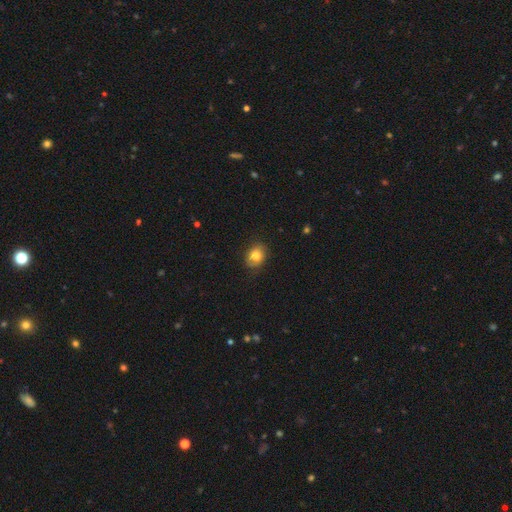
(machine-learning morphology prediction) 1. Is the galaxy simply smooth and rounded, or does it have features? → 79% smooth, 12% featured or disk, 9% star or artifact.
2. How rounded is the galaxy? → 51% in between, 48% round, 1% cigar-shaped.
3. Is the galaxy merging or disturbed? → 79% none, 16% minor disturbance, 4% major disturbance, 1% merger.